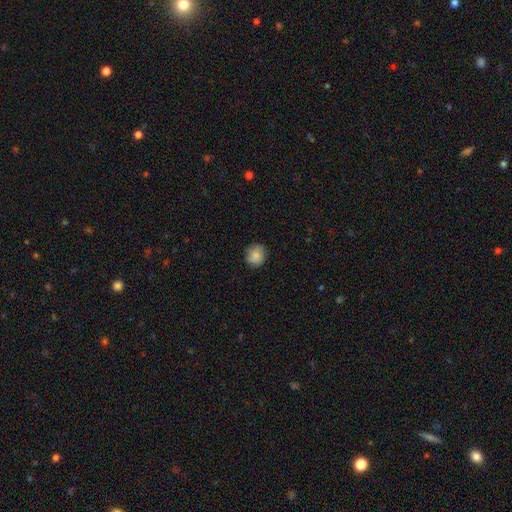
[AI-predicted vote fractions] This appears to be a smooth galaxy with no disk features (81%) that is round (83%). Merging: none (84%).